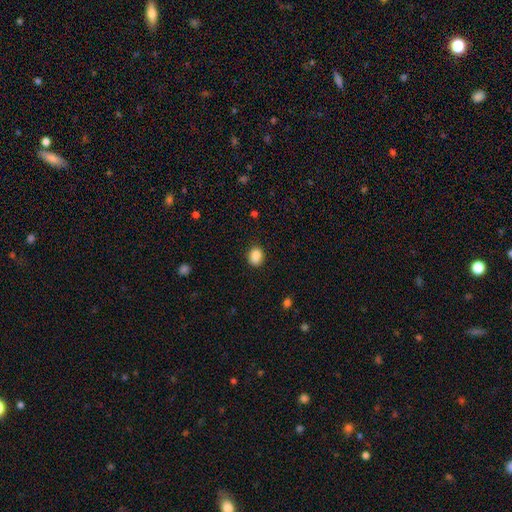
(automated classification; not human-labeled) Smooth or featured?
  - smooth: 88% *
  - star or artifact: 9%
  - featured or disk: 3%
How rounded?
  - in between: 53% *
  - round: 46%
  - cigar-shaped: 1%
Merging?
  - none: 86% *
  - minor disturbance: 10%
  - major disturbance: 3%
  - merger: 1%